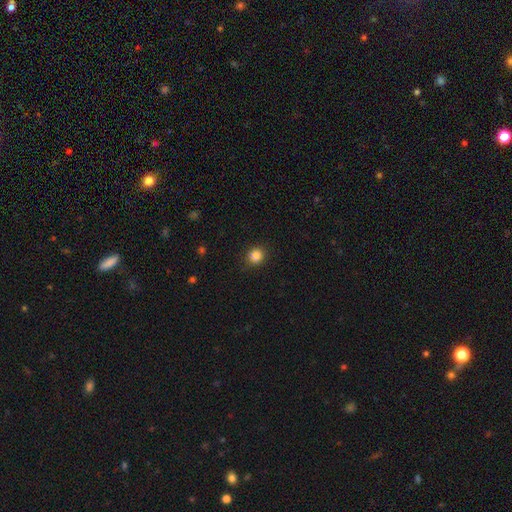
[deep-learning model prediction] This appears to be a smooth galaxy with no disk features (83%) that is round (80%). Merging: none (80%).